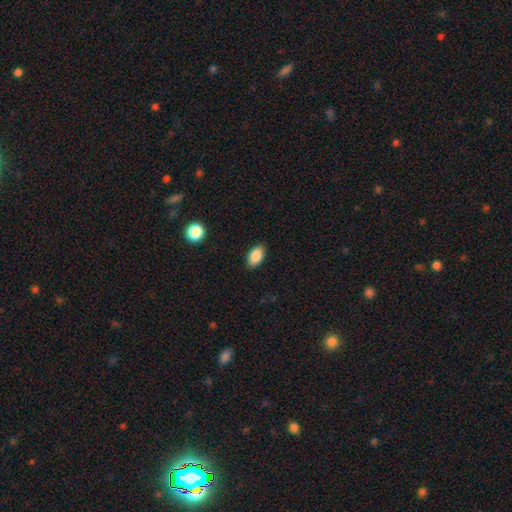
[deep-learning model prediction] Overall: smooth (87%). How rounded: in between (93%). Merging: none (87%).